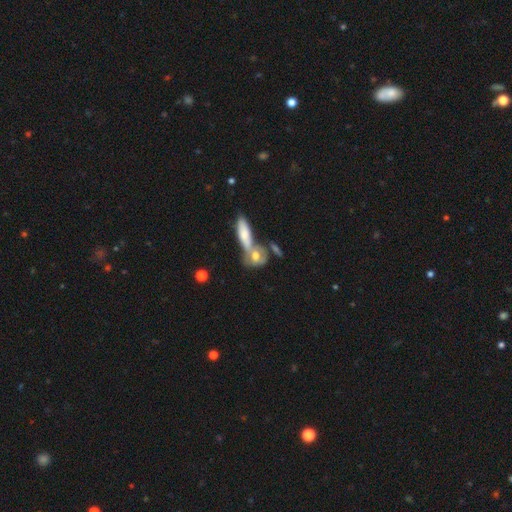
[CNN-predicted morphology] This is possibly a smooth galaxy (56%). How rounded: possibly in between (58%). Merging: possibly merger (54%).